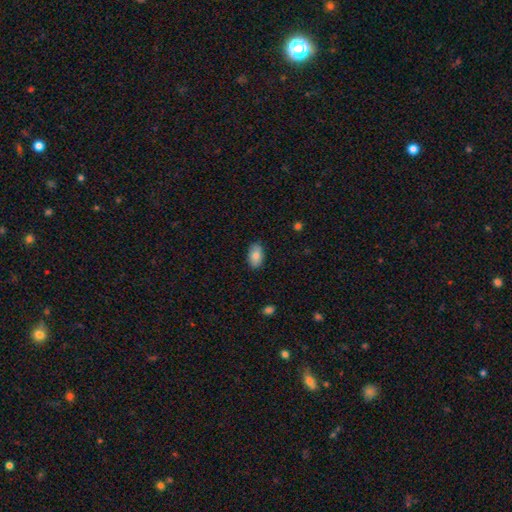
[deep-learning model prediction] Smooth or featured: smooth — 82% (featured or disk — 11%)
How rounded: in between — 92% (round — 6%)
Merging: none — 86% (minor disturbance — 11%)